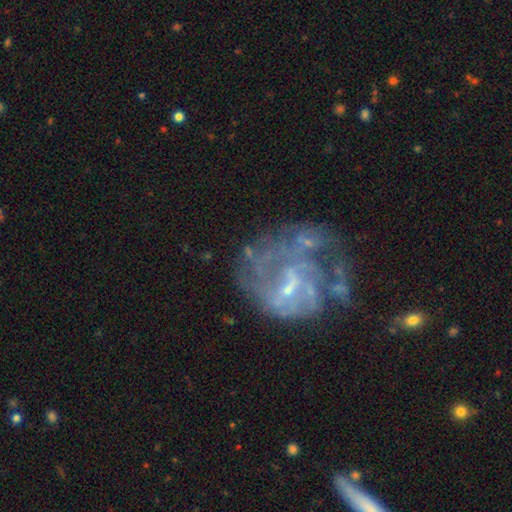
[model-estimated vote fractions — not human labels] This is likely a featured or disk galaxy (75%). It is clearly not viewed edge-on (98%). Bar: possibly weak (48%). Spiral arm pattern: possibly yes (59%). Central bulge: likely small (60%). Merging: marginally none (37%).